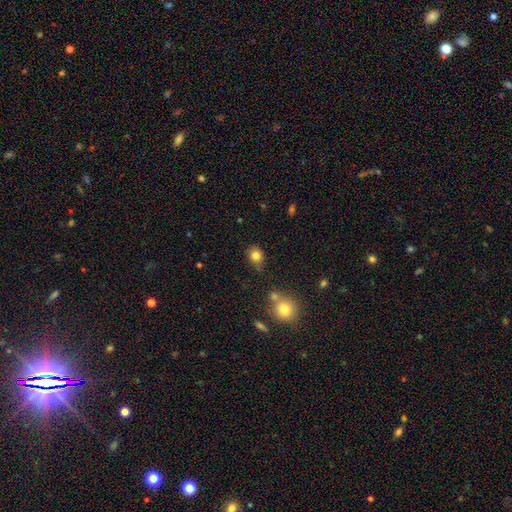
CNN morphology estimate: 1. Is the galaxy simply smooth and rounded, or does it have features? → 82% smooth, 12% star or artifact, 7% featured or disk.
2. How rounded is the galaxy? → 68% round, 31% in between, 1% cigar-shaped.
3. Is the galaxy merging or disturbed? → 73% none, 18% minor disturbance, 5% merger, 4% major disturbance.